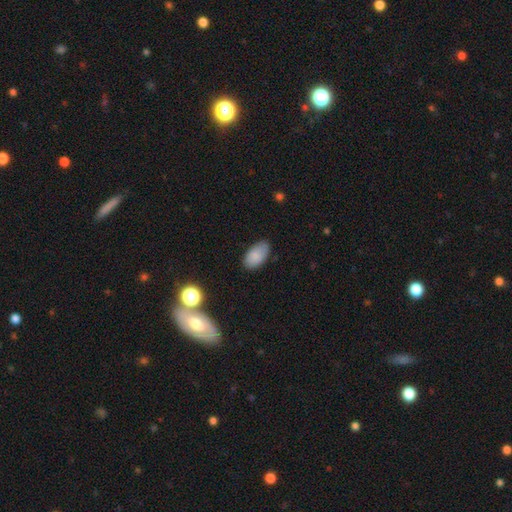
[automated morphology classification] This appears to be a smooth galaxy with no disk features (84%) that is in between round and cigar-shaped (94%). Merging: none (77%).